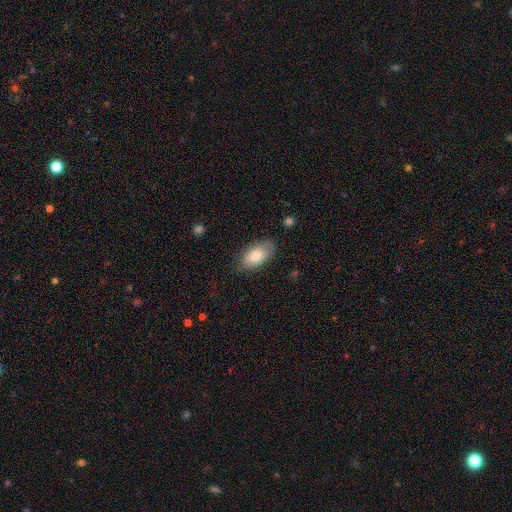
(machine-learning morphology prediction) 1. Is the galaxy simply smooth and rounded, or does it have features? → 79% smooth, 15% featured or disk, 6% star or artifact.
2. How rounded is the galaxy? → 94% in between, 4% round, 2% cigar-shaped.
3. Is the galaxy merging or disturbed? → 78% none, 17% minor disturbance, 4% major disturbance, 1% merger.